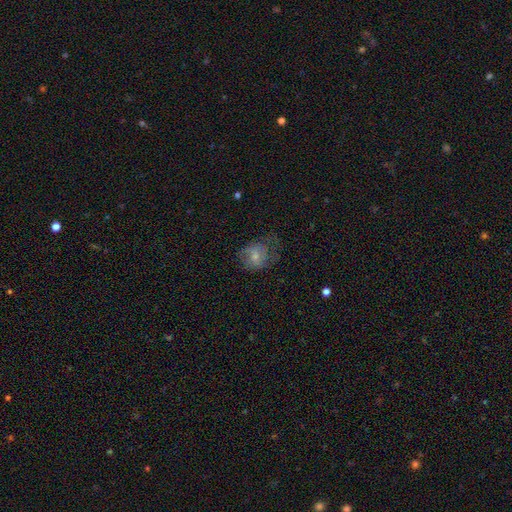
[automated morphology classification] Overall: smooth (60%; featured or disk 32%). How rounded: round (54%; in between 45%). Merging: none (40%; major disturbance 31%).